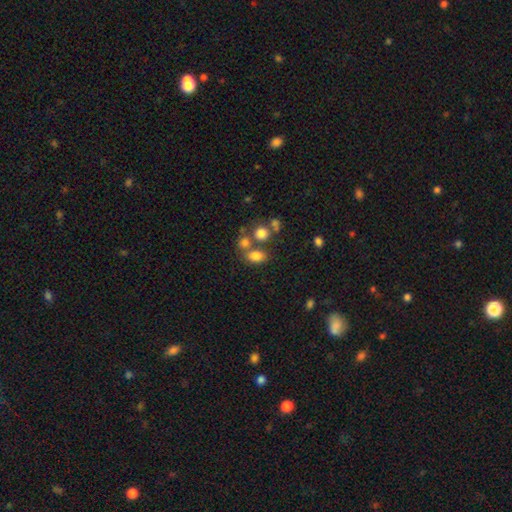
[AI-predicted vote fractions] Smooth or featured?
  - smooth: 77% *
  - star or artifact: 13%
  - featured or disk: 10%
How rounded?
  - in between: 69% *
  - round: 30%
  - cigar-shaped: 2%
Merging?
  - none: 52% *
  - merger: 31%
  - minor disturbance: 12%
  - major disturbance: 6%